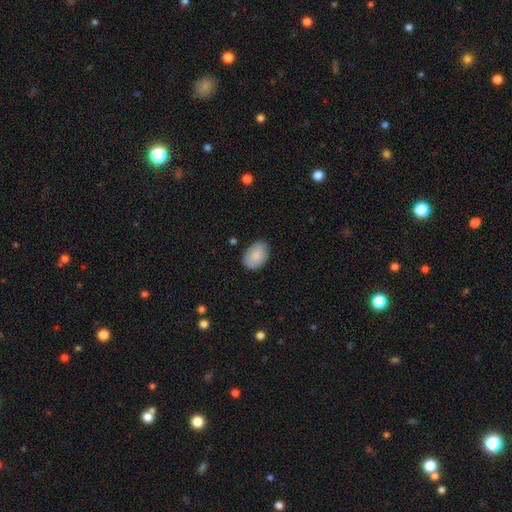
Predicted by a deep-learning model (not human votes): This is clearly a smooth galaxy (86%). How rounded: clearly in between (84%). Merging: likely none (79%).